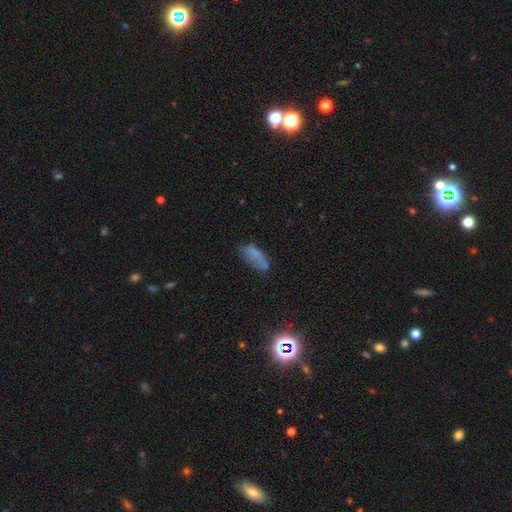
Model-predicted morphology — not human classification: Smooth or featured: smooth — 63% (featured or disk — 19%)
How rounded: in between — 74% (cigar-shaped — 22%)
Merging: none — 50% (minor disturbance — 28%)